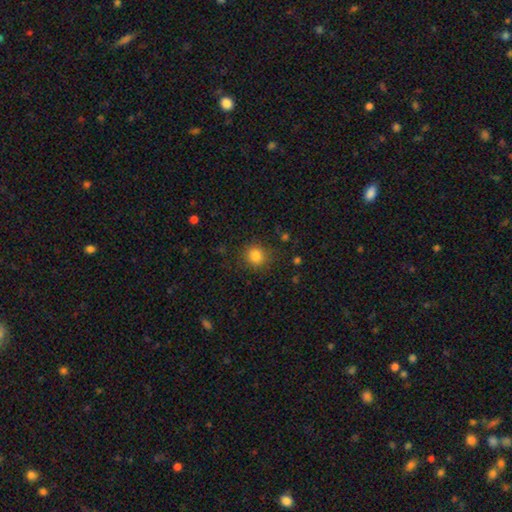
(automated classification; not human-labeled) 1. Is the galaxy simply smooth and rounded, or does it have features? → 83% smooth, 12% star or artifact, 5% featured or disk.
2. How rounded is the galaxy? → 88% round, 11% in between, 1% cigar-shaped.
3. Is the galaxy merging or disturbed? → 86% none, 9% minor disturbance, 4% major disturbance, 1% merger.